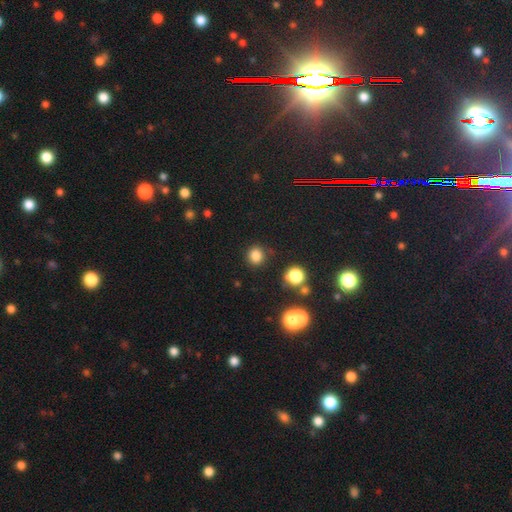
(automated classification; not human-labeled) smooth_or_featured: smooth (p=0.81) [alt: star or artifact p=0.14]
how_rounded: round (p=0.84) [alt: in between p=0.15]
merging: none (p=0.85) [alt: minor disturbance p=0.09]